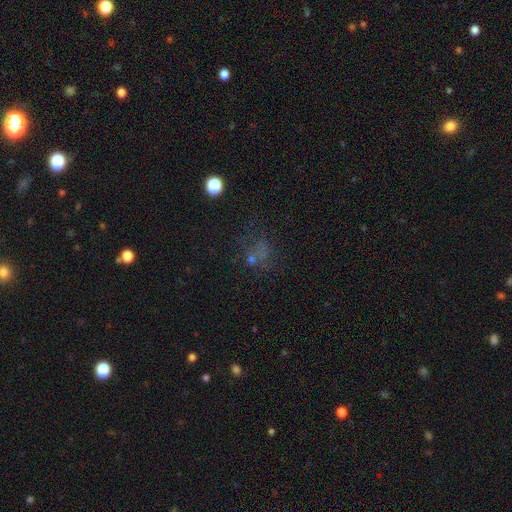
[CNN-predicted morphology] This is marginally a smooth galaxy (43%). Merging: possibly none (49%).